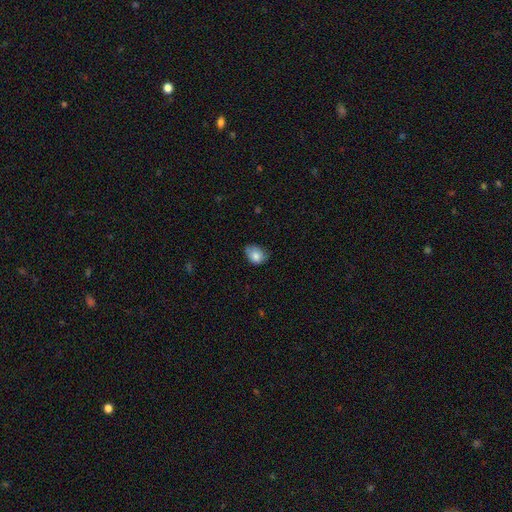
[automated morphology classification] smooth 81%, featured or disk 11%, star or artifact 8%. Down the decision tree: how rounded — in between (67%); merging — none (54%).